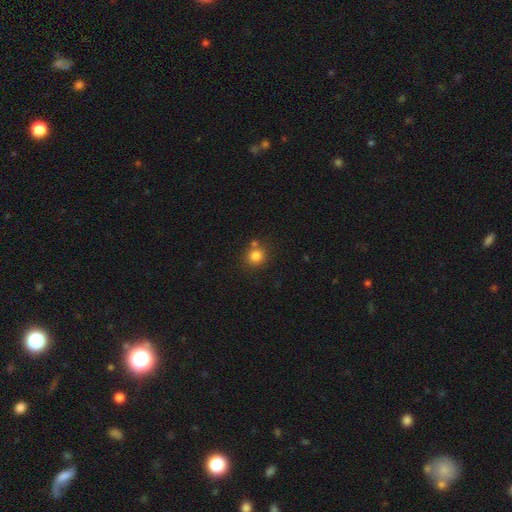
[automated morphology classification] A smooth galaxy with no disk features (82%) that is round (88%). Merging: none (71%).